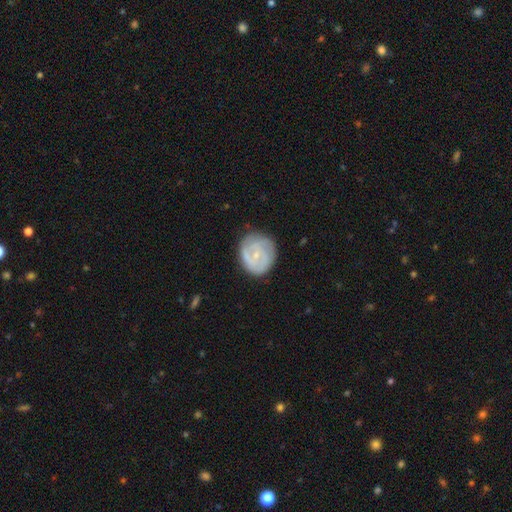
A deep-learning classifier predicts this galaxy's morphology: A featured or disk galaxy (63%) with no bar (61%), spiral arms (78%) and a small central bulge (72%). Merging: none (71%).